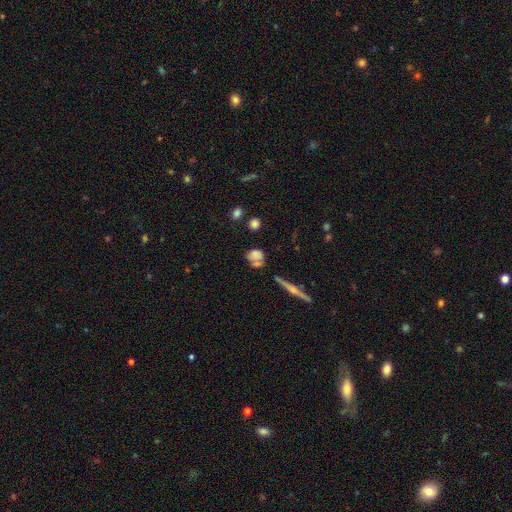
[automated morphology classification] smooth 64%, featured or disk 24%, star or artifact 12%. Down the decision tree: how rounded — round (56%); merging — none (46%).